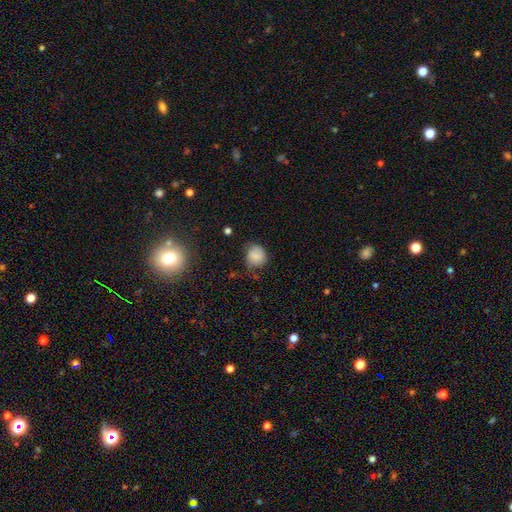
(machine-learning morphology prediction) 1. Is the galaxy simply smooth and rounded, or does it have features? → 78% smooth, 12% featured or disk, 10% star or artifact.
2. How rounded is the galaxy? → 76% round, 23% in between, 1% cigar-shaped.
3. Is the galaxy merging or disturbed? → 51% none, 36% minor disturbance, 11% major disturbance, 2% merger.